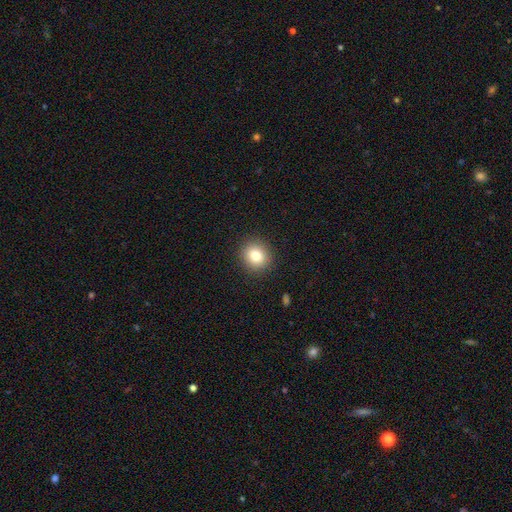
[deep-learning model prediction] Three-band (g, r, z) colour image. It shows a smooth galaxy with no disk features (80%) that is round (85%). Merging: none (91%).